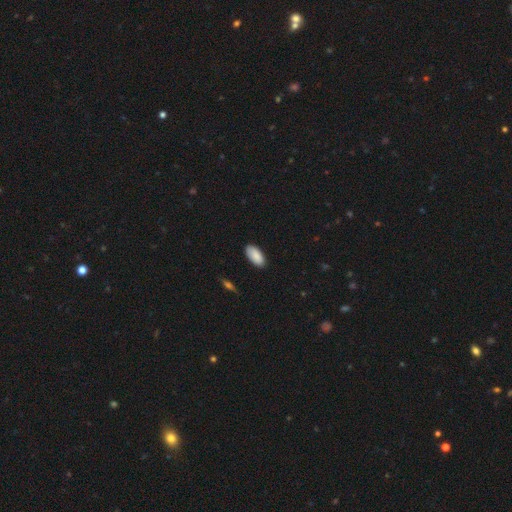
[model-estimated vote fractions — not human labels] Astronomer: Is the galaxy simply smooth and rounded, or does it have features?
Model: smooth — 89%.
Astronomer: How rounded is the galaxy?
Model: in between — 93%.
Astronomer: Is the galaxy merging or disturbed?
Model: none — 86%.